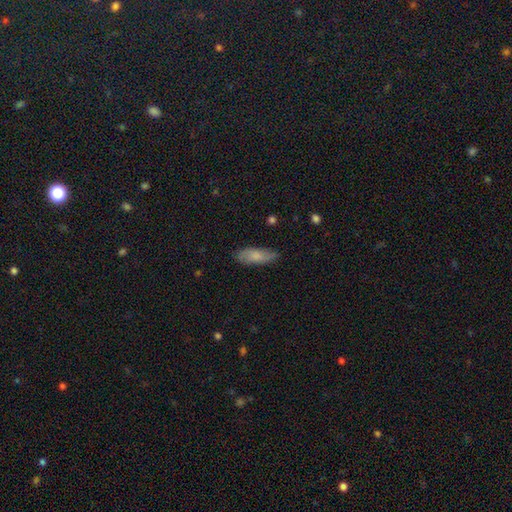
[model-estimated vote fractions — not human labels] smooth-or-featured: smooth: 72% | featured or disk: 21% | star or artifact: 7%
  how-rounded: in between: 67% | cigar-shaped: 31% | round: 2%
  merging: none: 79% | minor disturbance: 17% | major disturbance: 3% | merger: 1%